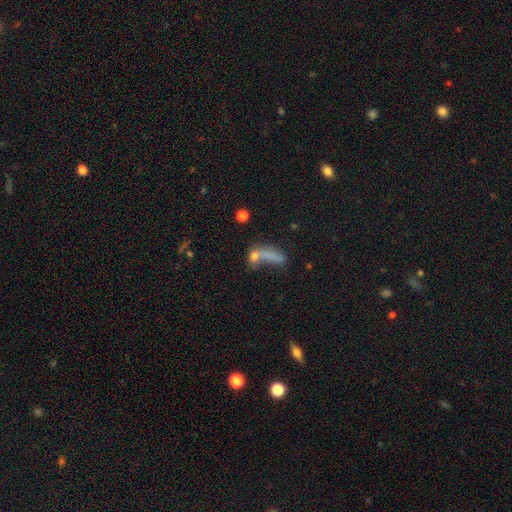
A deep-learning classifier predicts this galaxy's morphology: Smooth or featured?
  - smooth: 66% *
  - featured or disk: 21%
  - star or artifact: 13%
How rounded?
  - in between: 48% *
  - cigar-shaped: 36%
  - round: 15%
Merging?
  - merger: 39% *
  - none: 30%
  - major disturbance: 19%
  - minor disturbance: 12%